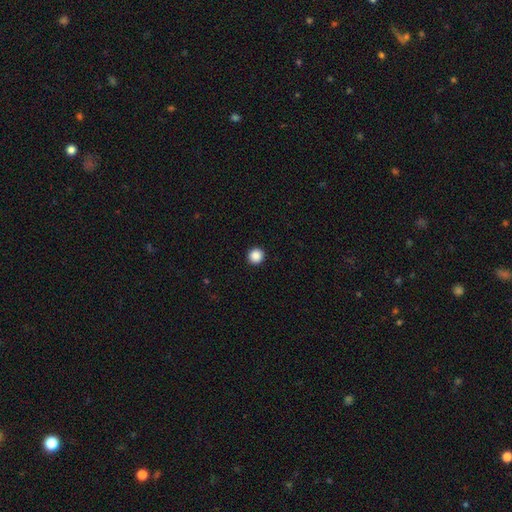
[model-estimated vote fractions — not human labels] smooth 88%, star or artifact 10%, featured or disk 2%. Down the decision tree: how rounded — round (95%); merging — none (94%).